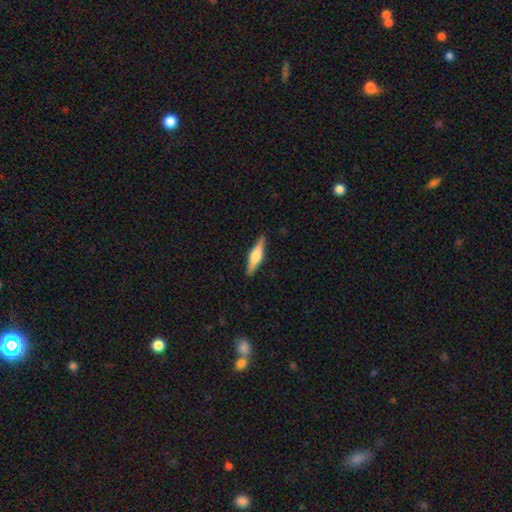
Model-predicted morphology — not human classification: A featured or disk galaxy (58%) viewed edge-on (97%) with a rounded central bulge (86%).

Vote fractions:
- Smooth or featured? featured or disk: 58% / smooth: 37% / star or artifact: 5%
- Edge-on disk? yes: 97% / no: 3%
- Edge-on bulge? rounded: 86% / boxy: 11% / none: 3%
- Merging? none: 90% / minor disturbance: 8% / major disturbance: 2% / merger: 1%